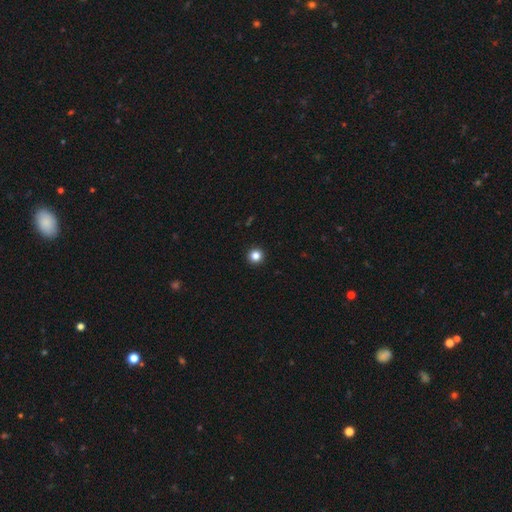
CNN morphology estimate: The model was most divided on "smooth or featured": smooth: 84%, star or artifact: 12%, featured or disk: 4%. More confident: how rounded — round (96%); merging — none (94%).